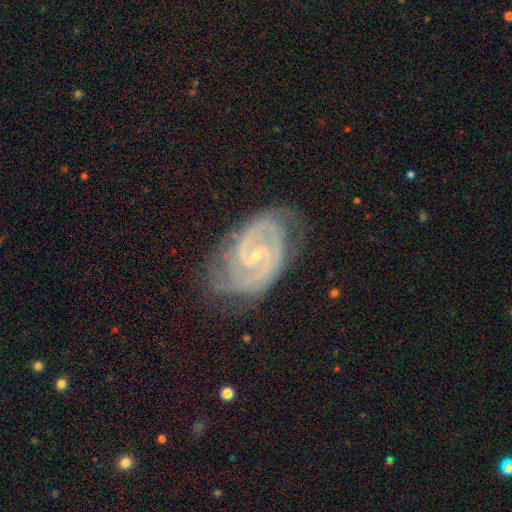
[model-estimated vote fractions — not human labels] Smooth or featured?
  - featured or disk: 91% *
  - star or artifact: 5%
  - smooth: 4%
Edge-on disk?
  - no: 97% *
  - yes: 3%
Bar?
  - no: 43% *
  - weak: 42%
  - strong: 15%
Spiral arms?
  - yes: 98% *
  - no: 2%
Spiral winding?
  - tight: 58% *
  - medium: 37%
  - loose: 5%
Spiral arm count?
  - 2: 79% *
  - 3: 8%
  - can't tell: 5%
  - 4: 3%
  - 1: 2%
  - more than 4: 2%
Bulge size?
  - small: 82% *
  - moderate: 14%
  - none: 2%
  - large: 1%
  - dominant: 1%
Merging?
  - none: 73% *
  - minor disturbance: 19%
  - major disturbance: 6%
  - merger: 1%